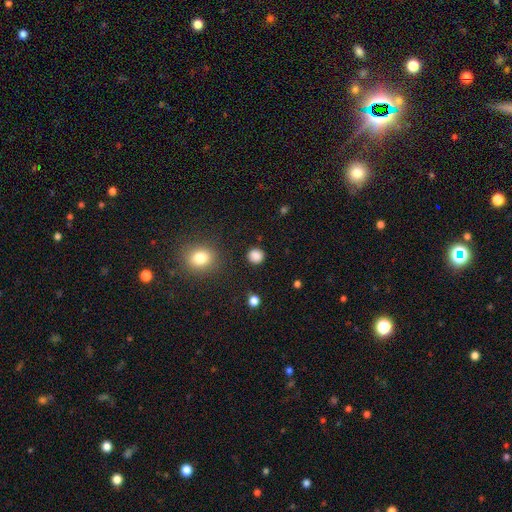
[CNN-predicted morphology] Overall: smooth (85%). How rounded: round (89%). Merging: none (89%).